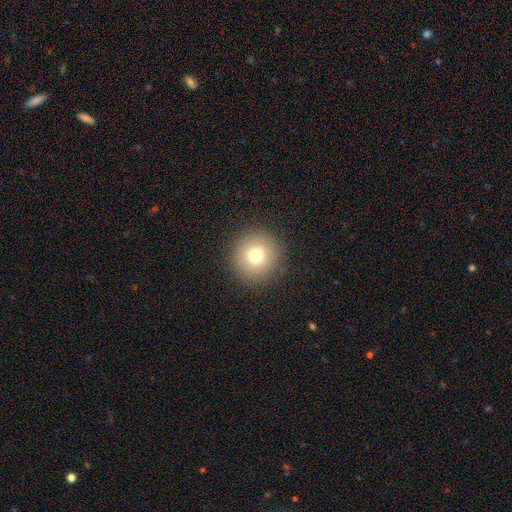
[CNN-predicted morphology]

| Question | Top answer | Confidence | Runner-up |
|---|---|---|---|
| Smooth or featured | smooth | 74% | featured or disk (13%) |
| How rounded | round | 95% | in between (4%) |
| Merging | none | 91% | minor disturbance (6%) |